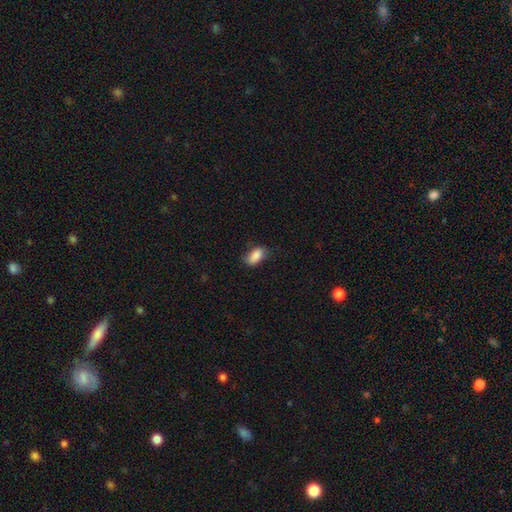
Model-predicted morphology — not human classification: type=smooth (86%); roundness=in between (91%); merging=none (69%).